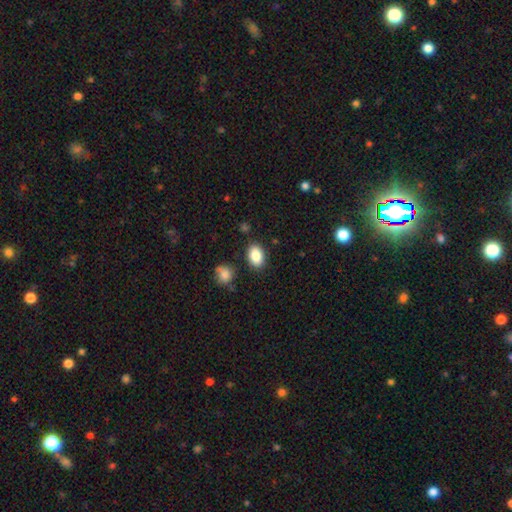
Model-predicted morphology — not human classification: smooth-or-featured: smooth: 86% | star or artifact: 8% | featured or disk: 6%
  how-rounded: in between: 85% | round: 13% | cigar-shaped: 1%
  merging: none: 84% | minor disturbance: 11% | merger: 3% | major disturbance: 3%